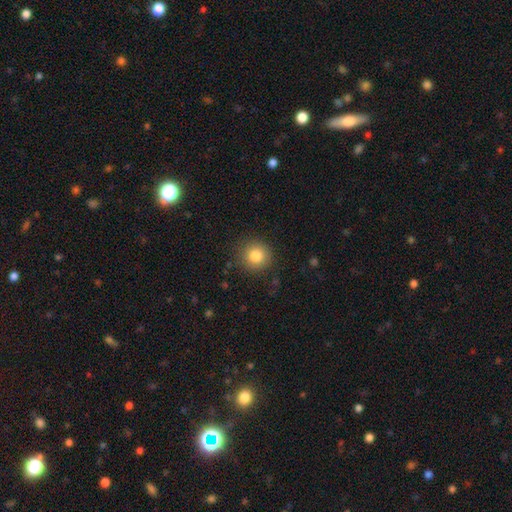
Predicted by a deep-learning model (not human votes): A smooth galaxy with no disk features (82%) that is round (93%). Merging: none (88%).